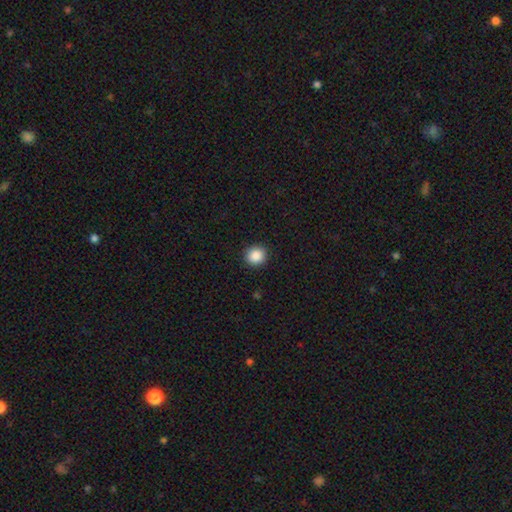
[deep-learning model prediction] Q: Smooth or featured?
A: smooth (88%); runner-up: star or artifact (9%)
Q: How rounded?
A: round (86%); runner-up: in between (13%)
Q: Merging?
A: none (91%); runner-up: minor disturbance (6%)